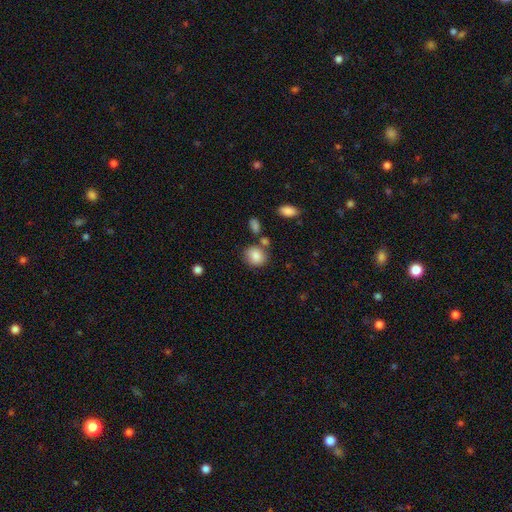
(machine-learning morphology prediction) Smooth or featured?
  - smooth: 85% *
  - star or artifact: 9%
  - featured or disk: 6%
How rounded?
  - round: 69% *
  - in between: 30%
  - cigar-shaped: 1%
Merging?
  - none: 70% *
  - minor disturbance: 14%
  - merger: 11%
  - major disturbance: 4%